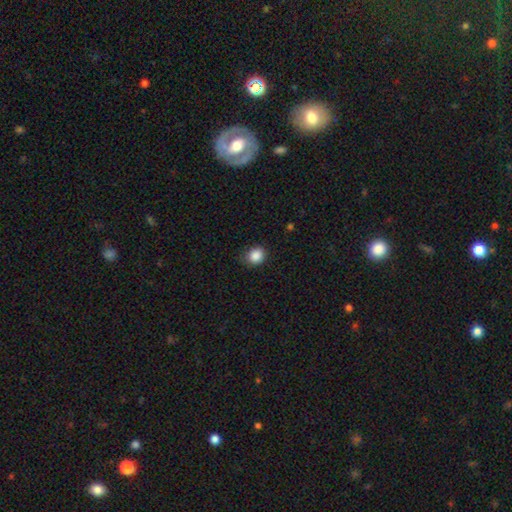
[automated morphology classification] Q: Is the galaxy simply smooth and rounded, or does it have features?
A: smooth — 87%.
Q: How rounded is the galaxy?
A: round — 71%.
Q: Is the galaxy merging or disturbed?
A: none — 77%.